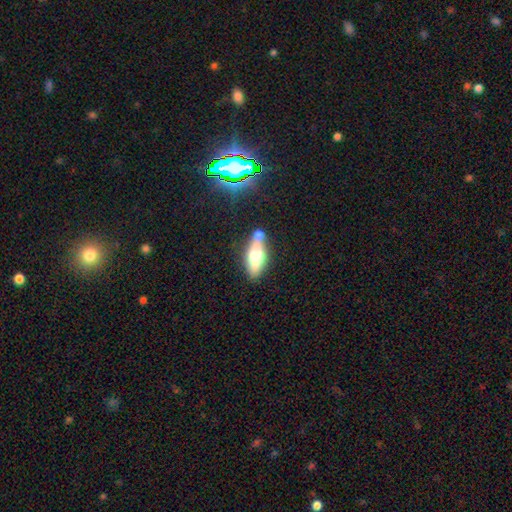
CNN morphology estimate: Overall: smooth (55%; featured or disk 38%). How rounded: in between (65%; cigar-shaped 32%). Merging: none (58%; merger 22%).